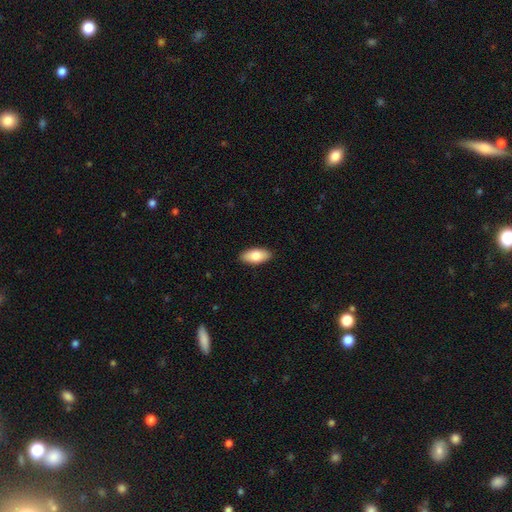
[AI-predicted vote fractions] Smooth or featured? smooth (82%)
How rounded? in between (90%)
Merging? none (90%)